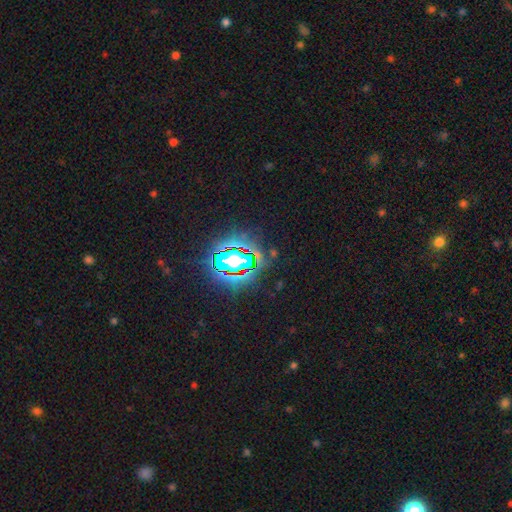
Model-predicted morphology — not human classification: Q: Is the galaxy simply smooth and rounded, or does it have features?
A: star or artifact — 75%.